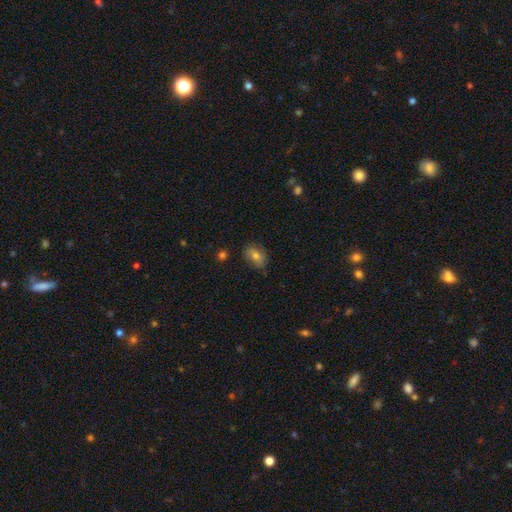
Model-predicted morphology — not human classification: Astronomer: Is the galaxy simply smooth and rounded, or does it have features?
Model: smooth — 71%.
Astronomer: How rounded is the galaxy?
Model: in between — 79%.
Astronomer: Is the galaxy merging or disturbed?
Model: none — 77%.